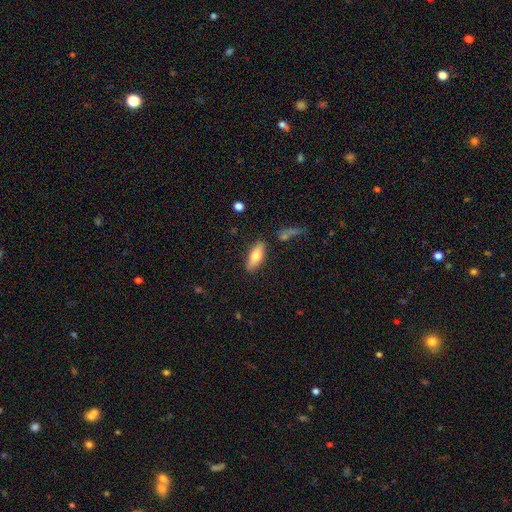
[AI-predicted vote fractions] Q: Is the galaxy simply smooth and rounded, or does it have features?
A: smooth — 71%.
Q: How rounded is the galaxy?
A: in between — 73%.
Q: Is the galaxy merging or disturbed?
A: none — 84%.